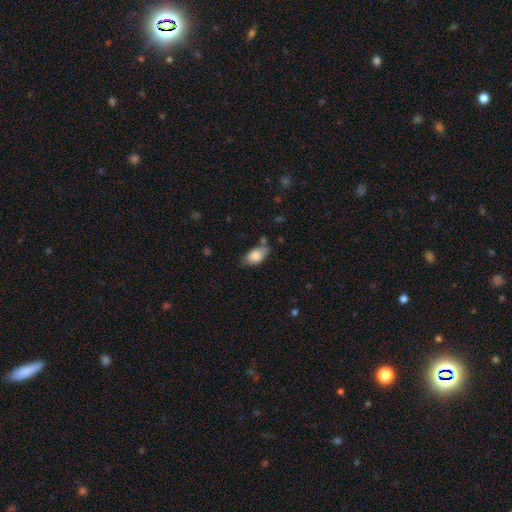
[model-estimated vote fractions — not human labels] Morphology: type=smooth (85%); roundness=in between (90%); merging=none (60%).